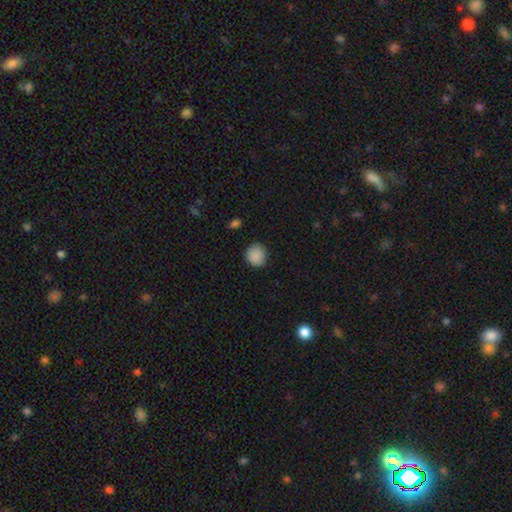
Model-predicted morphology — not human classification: smooth-or-featured: smooth: 88% | star or artifact: 9% | featured or disk: 3%
  how-rounded: round: 87% | in between: 12% | cigar-shaped: 1%
  merging: none: 85% | minor disturbance: 12% | major disturbance: 2% | merger: 1%